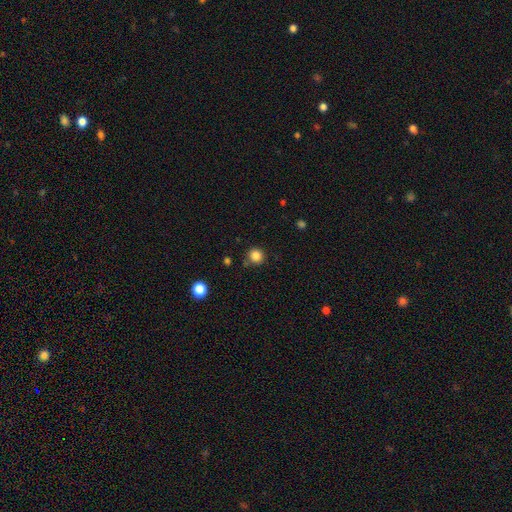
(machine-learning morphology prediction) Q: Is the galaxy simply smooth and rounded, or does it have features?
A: smooth — 84%.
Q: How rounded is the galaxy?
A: round — 94%.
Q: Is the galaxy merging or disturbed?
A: none — 82%.